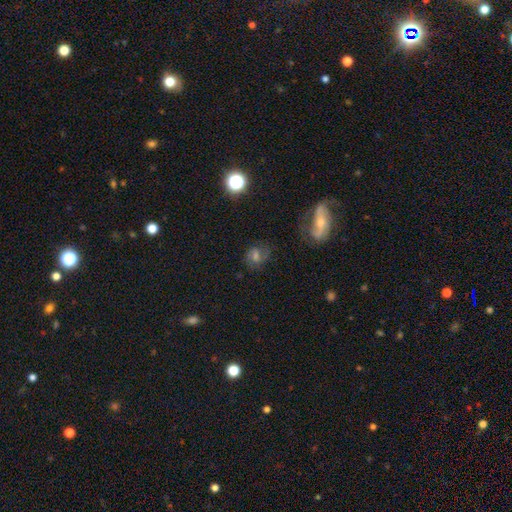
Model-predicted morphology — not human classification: Smooth or featured? featured or disk (42%)
Merging? none (68%)